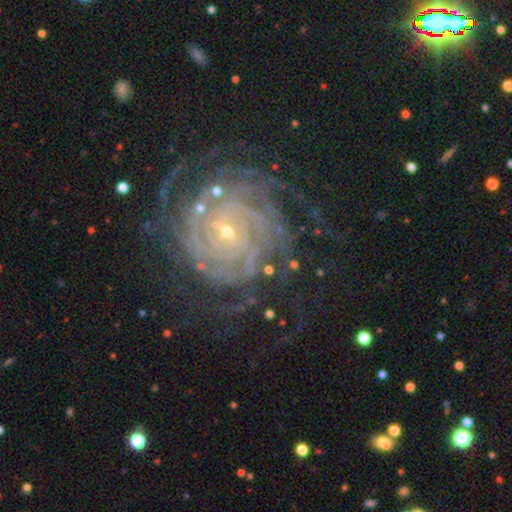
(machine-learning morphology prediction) This appears to be a featured or disk galaxy (89%) with no bar (64%), more than 4 (26%) tight (82%) spiral arms (98%) and a small central bulge (83%). Merging: none (73%).